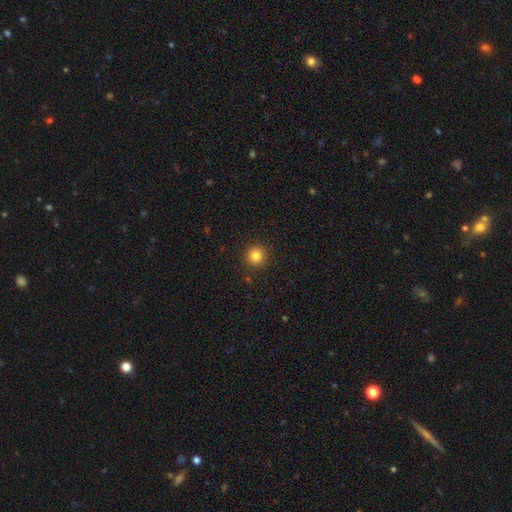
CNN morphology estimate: smooth 83%, star or artifact 12%, featured or disk 5%. Down the decision tree: how rounded — round (94%); merging — none (91%).